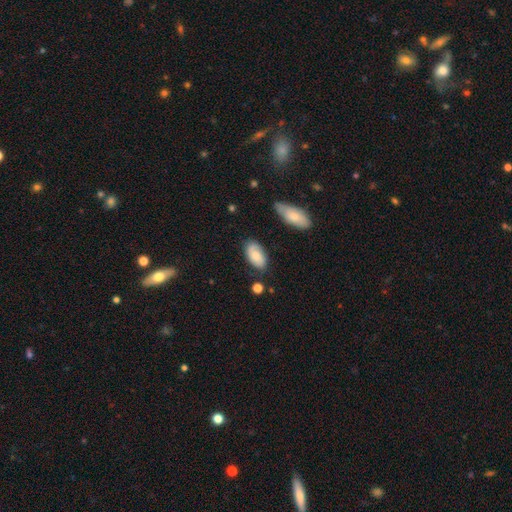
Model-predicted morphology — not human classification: Overall: smooth (64%; featured or disk 29%). How rounded: in between (93%). Merging: none (73%).